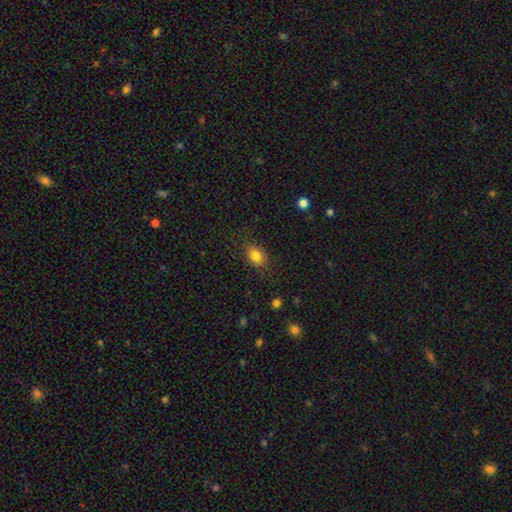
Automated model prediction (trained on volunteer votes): smooth 82%, star or artifact 10%, featured or disk 8%. Down the decision tree: how rounded — in between (69%); merging — none (81%).